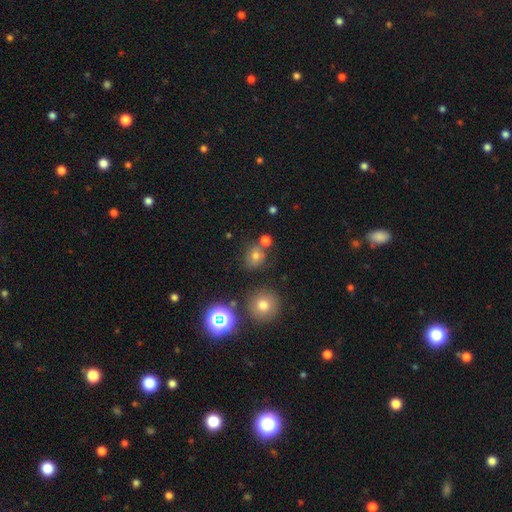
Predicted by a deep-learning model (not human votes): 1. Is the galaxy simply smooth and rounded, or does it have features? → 62% smooth, 25% star or artifact, 13% featured or disk.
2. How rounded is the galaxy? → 64% round, 35% in between, 1% cigar-shaped.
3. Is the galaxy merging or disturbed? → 66% none, 15% merger, 14% minor disturbance, 5% major disturbance.